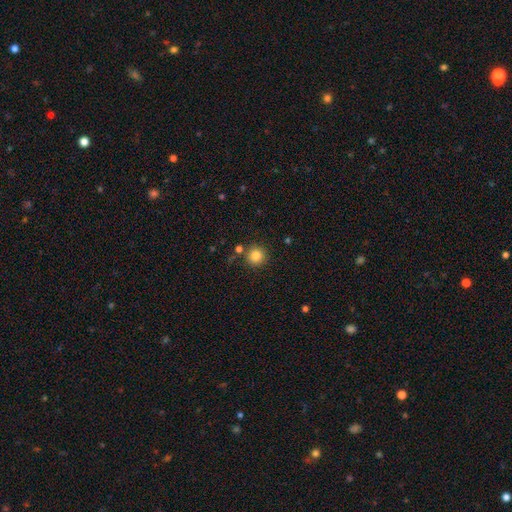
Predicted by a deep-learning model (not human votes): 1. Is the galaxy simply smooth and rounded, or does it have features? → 84% smooth, 11% star or artifact, 5% featured or disk.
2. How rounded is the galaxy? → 95% round, 4% in between, 1% cigar-shaped.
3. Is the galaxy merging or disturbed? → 84% none, 8% minor disturbance, 6% merger, 3% major disturbance.